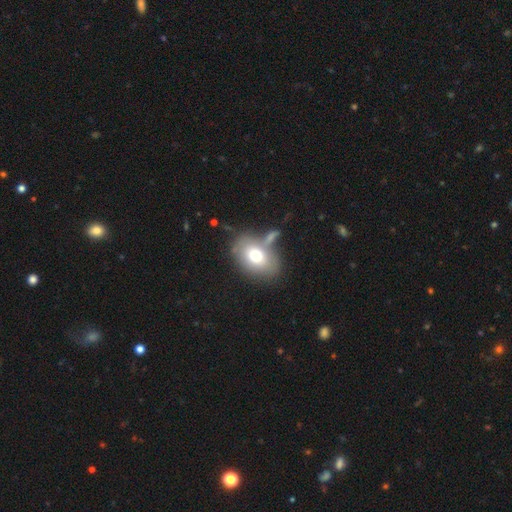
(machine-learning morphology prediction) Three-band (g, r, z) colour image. It shows a smooth galaxy with no disk features (71%) that is in between round and cigar-shaped (77%). Merging: none (58%).